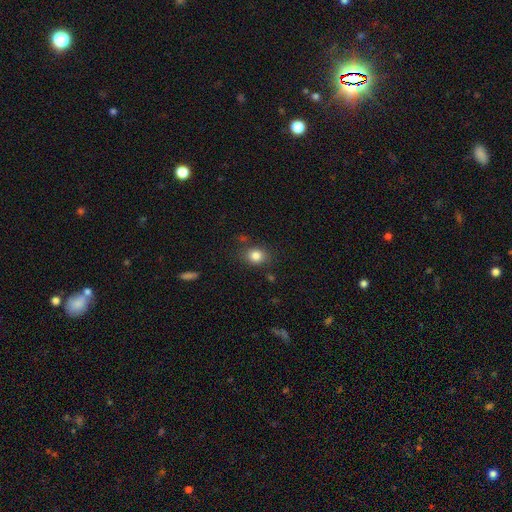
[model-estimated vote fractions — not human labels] smooth-or-featured: smooth: 83% | star or artifact: 11% | featured or disk: 6%
  how-rounded: round: 56% | in between: 43% | cigar-shaped: 1%
  merging: none: 80% | minor disturbance: 13% | major disturbance: 4% | merger: 3%